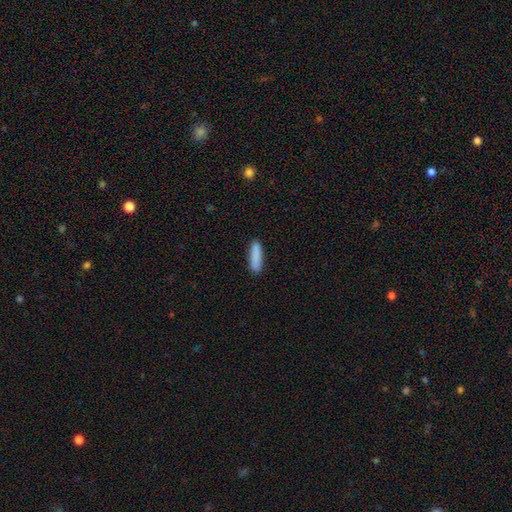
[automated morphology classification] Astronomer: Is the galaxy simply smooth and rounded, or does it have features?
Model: smooth — 89%.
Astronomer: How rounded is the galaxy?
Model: cigar-shaped — 68%.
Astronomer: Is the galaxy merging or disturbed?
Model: none — 89%.